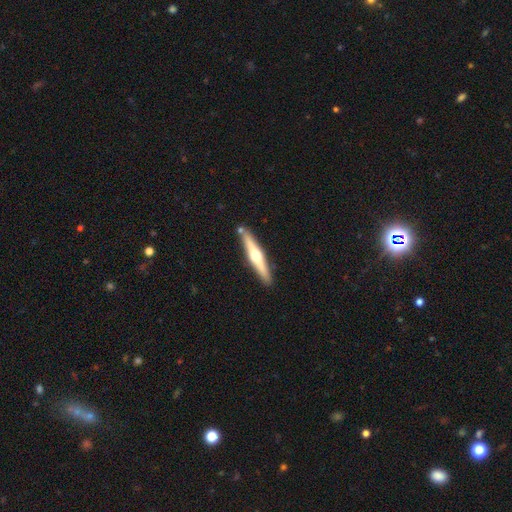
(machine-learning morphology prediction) A featured or disk galaxy (62%) viewed edge-on (96%) with a rounded central bulge (93%).

Vote fractions:
- Smooth or featured? featured or disk: 62% / smooth: 33% / star or artifact: 5%
- Edge-on disk? yes: 96% / no: 4%
- Edge-on bulge? rounded: 93% / none: 4% / boxy: 3%
- Merging? none: 85% / minor disturbance: 8% / merger: 5% / major disturbance: 2%